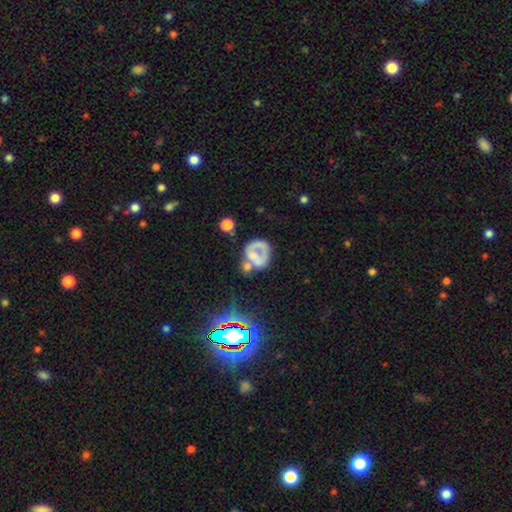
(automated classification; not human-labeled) Q: Smooth or featured?
A: featured or disk (49%); runner-up: smooth (39%)
Q: Merging?
A: none (34%); runner-up: merger (26%)